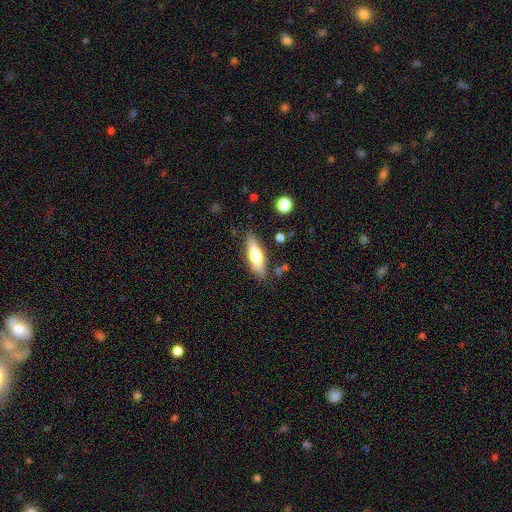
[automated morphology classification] Smooth or featured: smooth — 52% (featured or disk — 41%)
How rounded: cigar-shaped — 58% (in between — 40%)
Merging: none — 83% (minor disturbance — 12%)